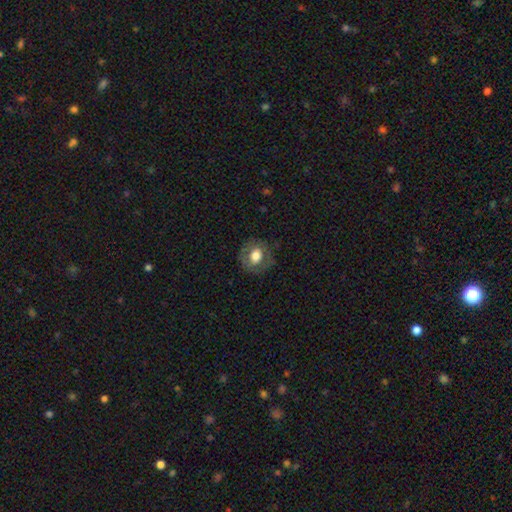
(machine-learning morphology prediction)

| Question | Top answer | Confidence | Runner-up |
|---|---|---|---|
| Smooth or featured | smooth | 62% | featured or disk (29%) |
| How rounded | round | 80% | in between (19%) |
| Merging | none | 79% | minor disturbance (14%) |